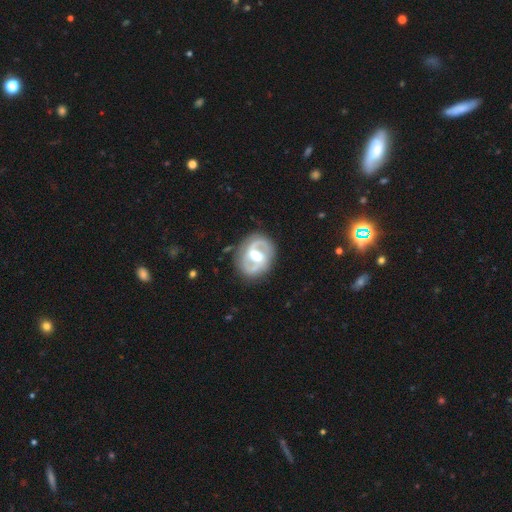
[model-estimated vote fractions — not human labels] Smooth or featured: featured or disk — 81% (smooth — 14%)
Edge-on disk: no — 97% (yes — 3%)
Bar: weak — 42% (strong — 39%)
Spiral arms: yes — 79% (no — 21%)
Spiral winding: medium — 47% (tight — 33%)
Spiral arm count: 2 — 86% (can't tell — 7%)
Bulge size: moderate — 62% (large — 27%)
Merging: none — 78% (minor disturbance — 14%)